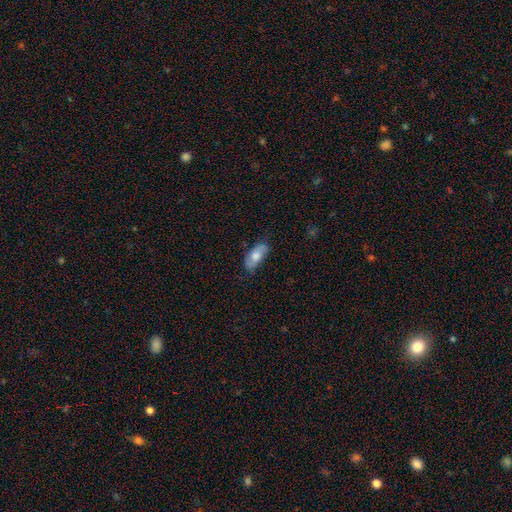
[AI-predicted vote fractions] smooth 53%, featured or disk 39%, star or artifact 7%. Down the decision tree: how rounded — in between (84%); merging — none (74%).